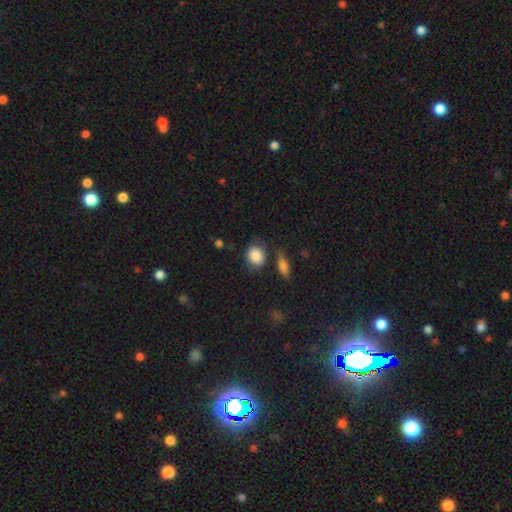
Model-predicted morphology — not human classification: This is clearly a smooth galaxy (86%). How rounded: likely round (61%). Merging: likely none (66%).